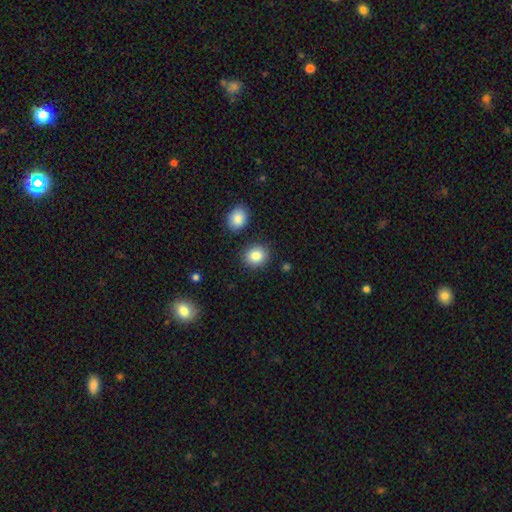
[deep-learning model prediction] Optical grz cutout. It shows a smooth galaxy with no disk features (85%) that is round (75%). Merging: none (86%).